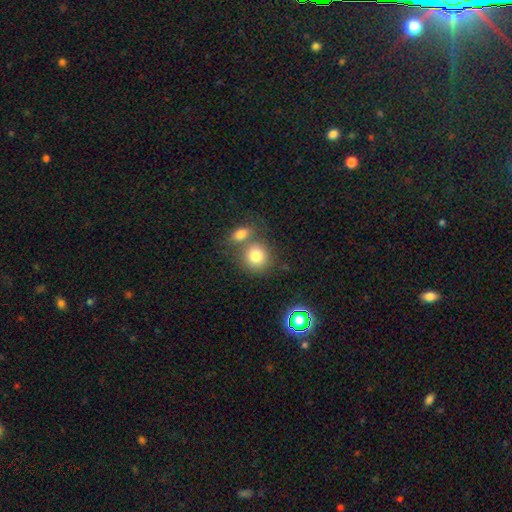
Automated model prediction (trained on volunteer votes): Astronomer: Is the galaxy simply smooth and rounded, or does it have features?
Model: smooth — 80%.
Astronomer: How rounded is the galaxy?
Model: round — 81%.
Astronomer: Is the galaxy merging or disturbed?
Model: none — 54% (runner-up: merger, 32%).